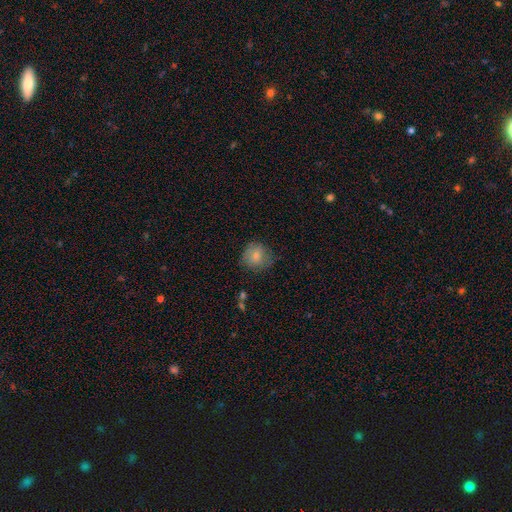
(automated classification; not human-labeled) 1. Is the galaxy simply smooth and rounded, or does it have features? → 80% smooth, 12% featured or disk, 9% star or artifact.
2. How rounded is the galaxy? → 81% round, 18% in between, 1% cigar-shaped.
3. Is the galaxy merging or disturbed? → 68% none, 23% minor disturbance, 7% major disturbance, 2% merger.